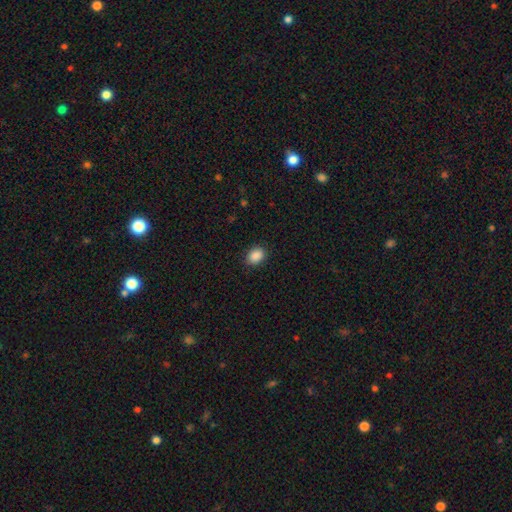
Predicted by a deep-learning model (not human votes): A smooth galaxy with no disk features (89%) that is in between round and cigar-shaped (67%). Merging: none (87%).